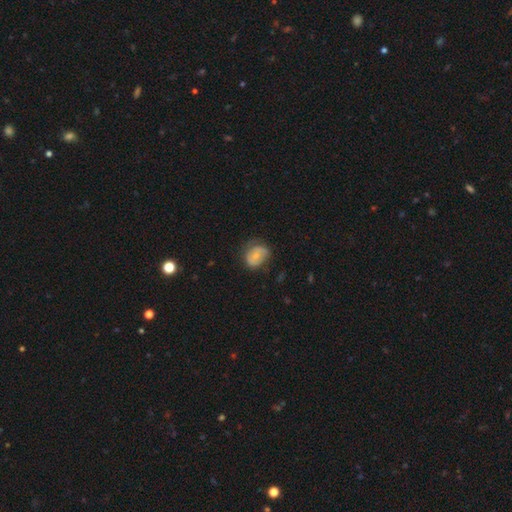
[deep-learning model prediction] This appears to be a smooth galaxy with no disk features (57%) that is in between round and cigar-shaped (51%). Merging: none (56%).